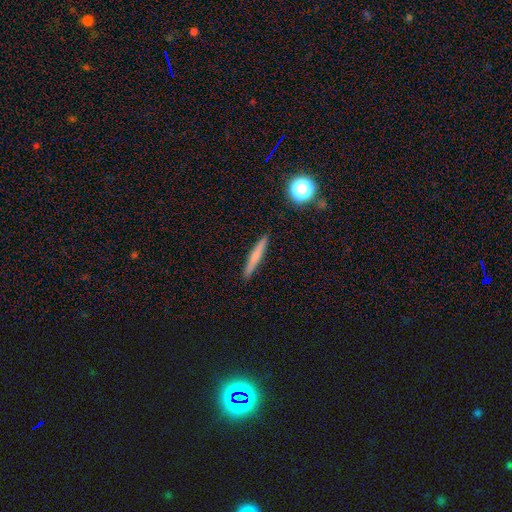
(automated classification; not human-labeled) A smooth galaxy with no disk features (63%) that is cigar-shaped (94%).

Vote fractions:
- Smooth or featured? smooth: 63% / featured or disk: 30% / star or artifact: 7%
- How rounded? cigar-shaped: 94% / in between: 4% / round: 2%
- Merging? none: 91% / minor disturbance: 6% / major disturbance: 1% / merger: 1%